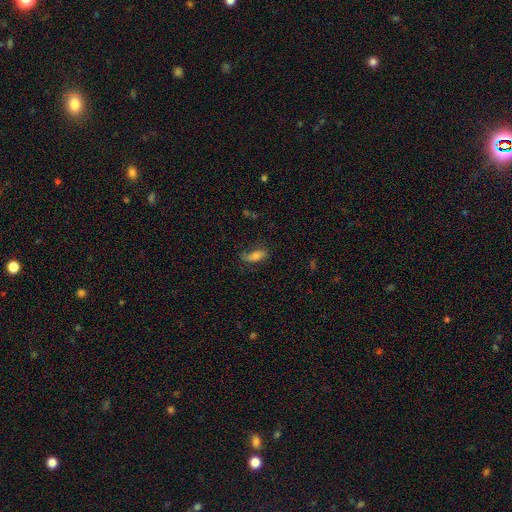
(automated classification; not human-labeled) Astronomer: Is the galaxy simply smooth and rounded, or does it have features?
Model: smooth — 69%.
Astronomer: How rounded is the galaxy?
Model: in between — 77%.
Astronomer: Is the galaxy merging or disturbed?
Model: none — 68%.